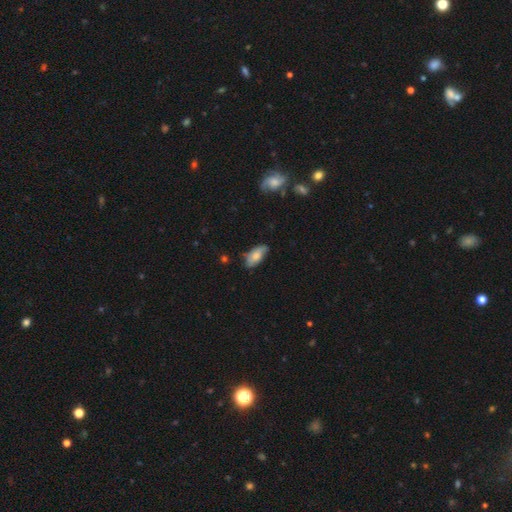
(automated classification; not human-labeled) This is likely a smooth galaxy (70%). How rounded: clearly in between (89%). Merging: likely none (63%).